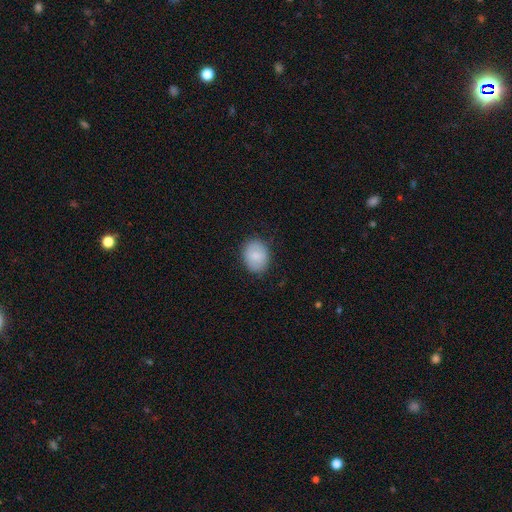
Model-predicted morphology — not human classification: smooth-or-featured: smooth: 84% | featured or disk: 10% | star or artifact: 7%
  how-rounded: in between: 55% | round: 44% | cigar-shaped: 1%
  merging: none: 84% | minor disturbance: 12% | major disturbance: 3% | merger: 1%